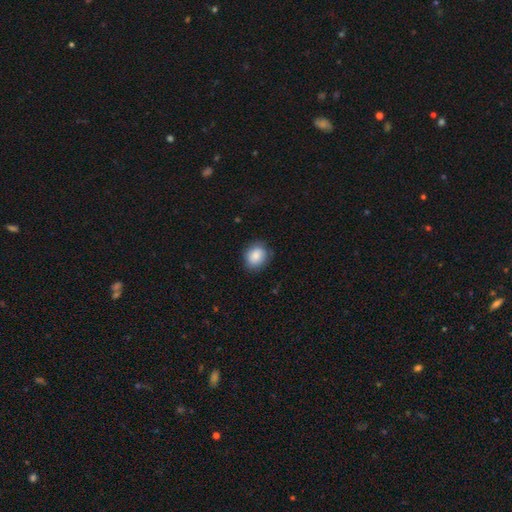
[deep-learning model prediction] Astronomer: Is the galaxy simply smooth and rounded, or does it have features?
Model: smooth — 86%.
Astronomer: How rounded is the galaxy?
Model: round — 59% (runner-up: in between, 41%).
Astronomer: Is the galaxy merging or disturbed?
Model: none — 79%.